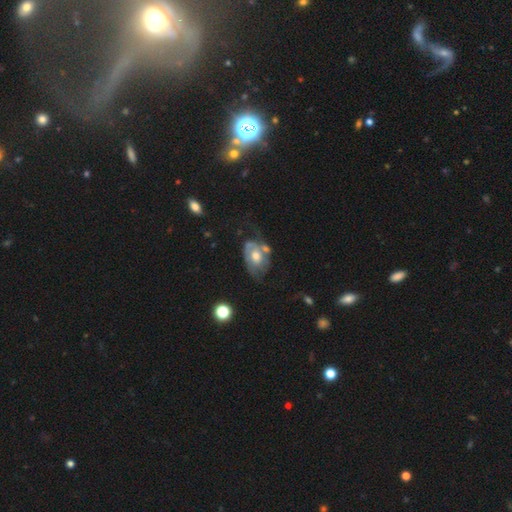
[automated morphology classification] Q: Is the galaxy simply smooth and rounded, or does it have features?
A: featured or disk — 70%.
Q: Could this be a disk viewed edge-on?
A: no — 95%.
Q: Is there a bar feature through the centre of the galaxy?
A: no — 77%.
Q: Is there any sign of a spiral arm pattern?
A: yes — 75%.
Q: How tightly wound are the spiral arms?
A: tight — 50%.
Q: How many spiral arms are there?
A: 2 — 44%.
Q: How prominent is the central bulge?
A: moderate — 71%.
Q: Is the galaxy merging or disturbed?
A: none — 36%.